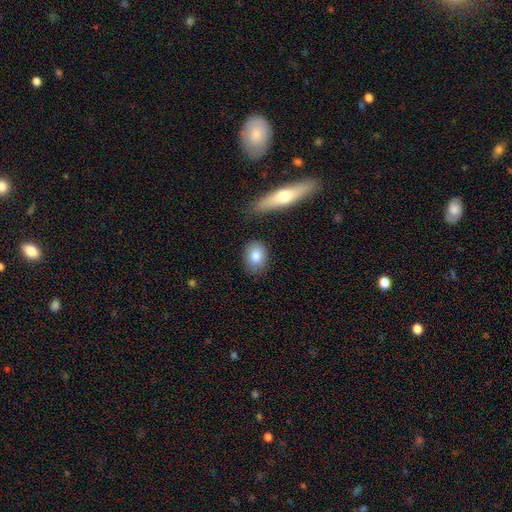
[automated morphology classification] Overall: smooth (83%). How rounded: in between (64%; round 34%). Merging: none (81%).